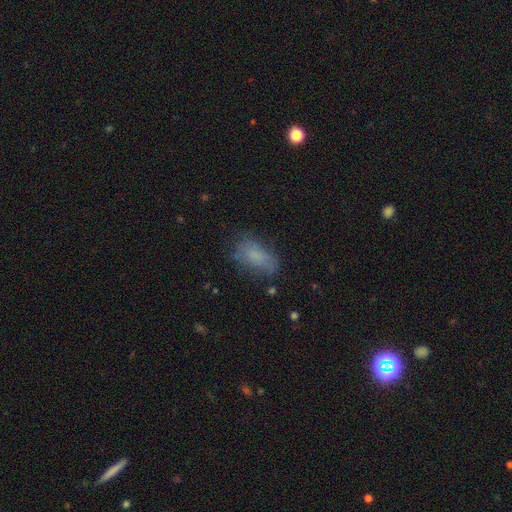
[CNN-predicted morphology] smooth 73%, featured or disk 16%, star or artifact 11%. Down the decision tree: how rounded — in between (88%); merging — none (58%).